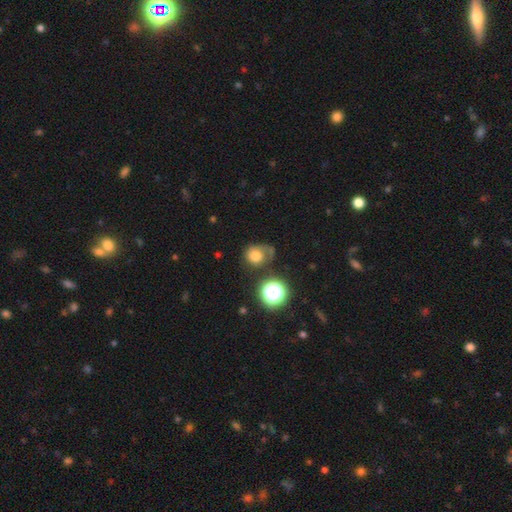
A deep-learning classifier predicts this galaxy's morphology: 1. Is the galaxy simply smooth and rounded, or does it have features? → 70% smooth, 17% featured or disk, 14% star or artifact.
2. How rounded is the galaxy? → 68% round, 31% in between, 1% cigar-shaped.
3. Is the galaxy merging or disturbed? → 38% none, 28% minor disturbance, 27% major disturbance, 7% merger.